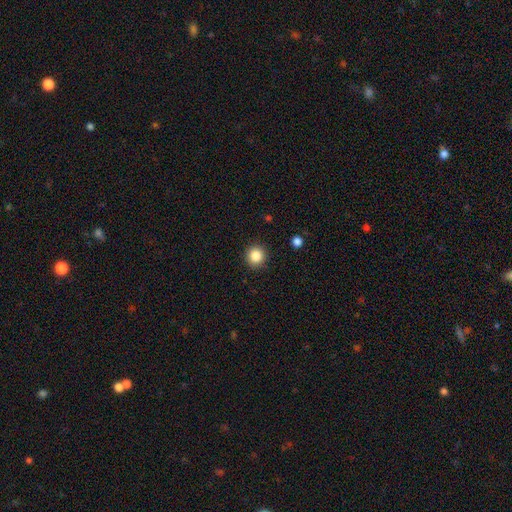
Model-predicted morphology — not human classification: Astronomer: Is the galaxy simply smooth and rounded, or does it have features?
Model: smooth — 86%.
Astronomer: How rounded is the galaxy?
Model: round — 93%.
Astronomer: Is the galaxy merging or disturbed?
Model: none — 91%.